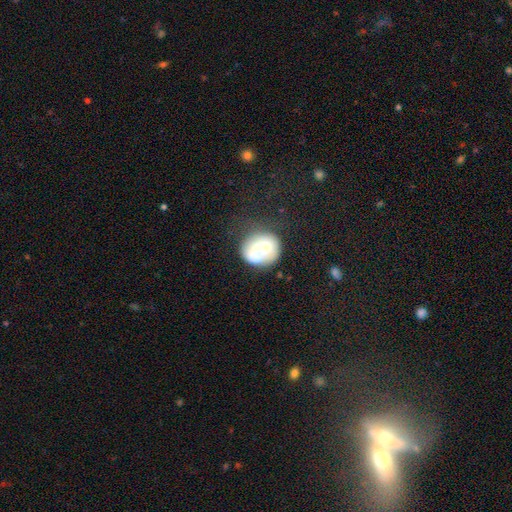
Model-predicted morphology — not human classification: A smooth galaxy with no disk features (49%). Merging: merger (56%).